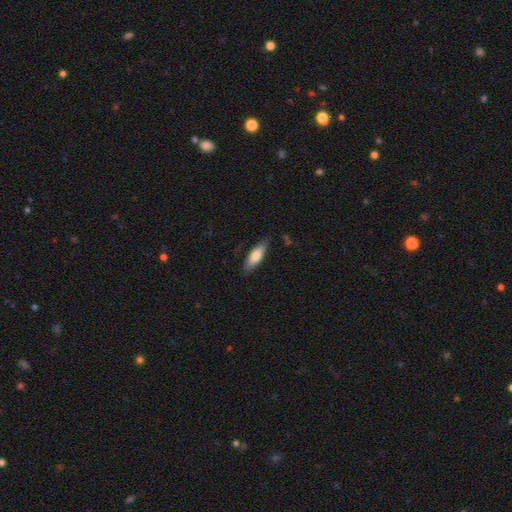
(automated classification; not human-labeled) This appears to be a smooth galaxy with no disk features (71%) that is cigar-shaped (51%). Merging: none (81%).